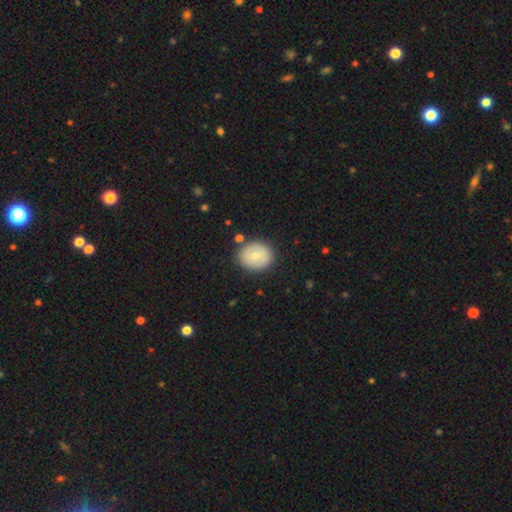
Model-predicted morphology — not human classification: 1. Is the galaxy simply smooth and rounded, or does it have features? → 70% smooth, 23% featured or disk, 7% star or artifact.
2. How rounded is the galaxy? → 65% round, 35% in between, 1% cigar-shaped.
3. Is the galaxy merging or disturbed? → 83% none, 11% minor disturbance, 3% major disturbance, 3% merger.